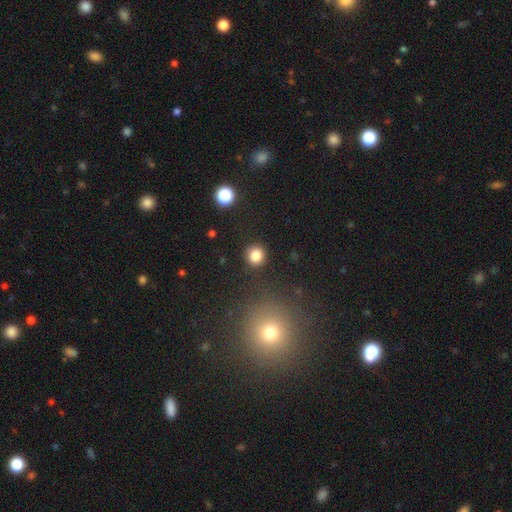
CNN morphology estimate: smooth-or-featured: smooth: 83% | star or artifact: 12% | featured or disk: 5%
  how-rounded: round: 91% | in between: 8% | cigar-shaped: 1%
  merging: none: 89% | minor disturbance: 6% | major disturbance: 2% | merger: 2%